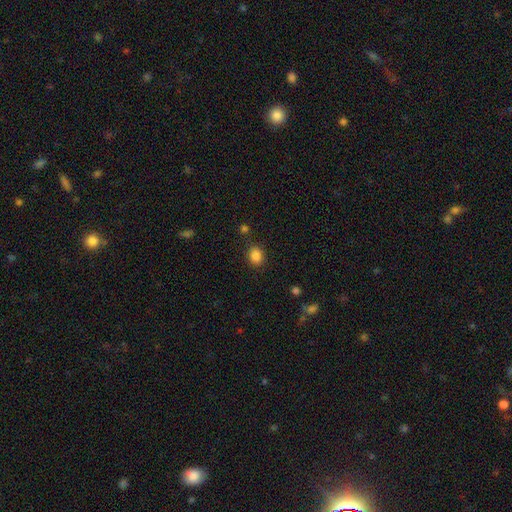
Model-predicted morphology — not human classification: Smooth or featured? Predicted: smooth (p=0.86). How rounded? Predicted: round (p=0.56). Merging? Predicted: none (p=0.85).